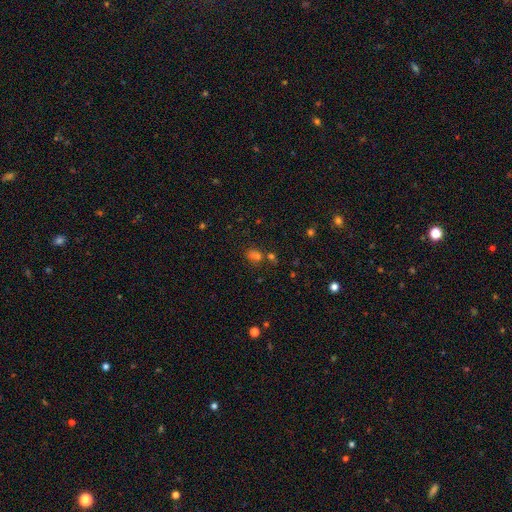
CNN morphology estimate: smooth 54%, star or artifact 37%, featured or disk 9%. Down the decision tree: how rounded — in between (52%); merging — none (59%).